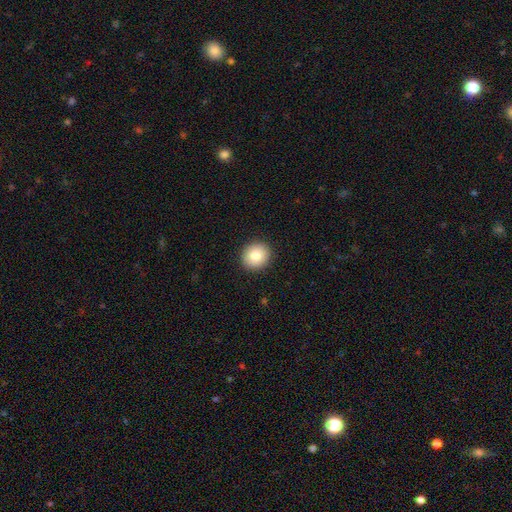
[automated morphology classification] smooth 84%, star or artifact 9%, featured or disk 8%. Down the decision tree: how rounded — round (85%); merging — none (92%).